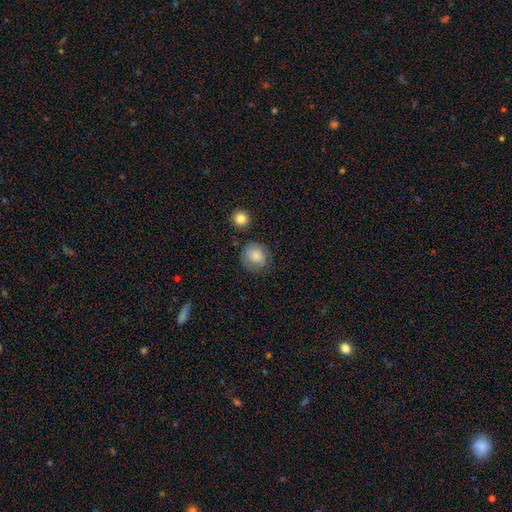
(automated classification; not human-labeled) A smooth galaxy with no disk features (71%) that is round (83%).

Vote fractions:
- Smooth or featured? smooth: 71% / featured or disk: 20% / star or artifact: 9%
- How rounded? round: 83% / in between: 16% / cigar-shaped: 1%
- Merging? none: 74% / minor disturbance: 17% / major disturbance: 6% / merger: 3%